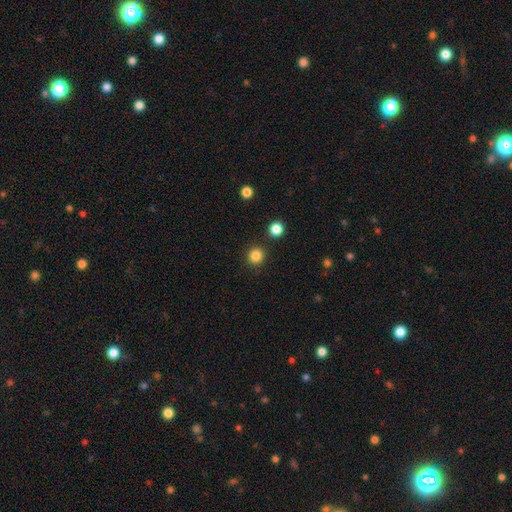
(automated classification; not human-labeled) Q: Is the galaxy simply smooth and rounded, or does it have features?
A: smooth — 84%.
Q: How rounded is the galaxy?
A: round — 91%.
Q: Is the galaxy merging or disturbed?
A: none — 89%.